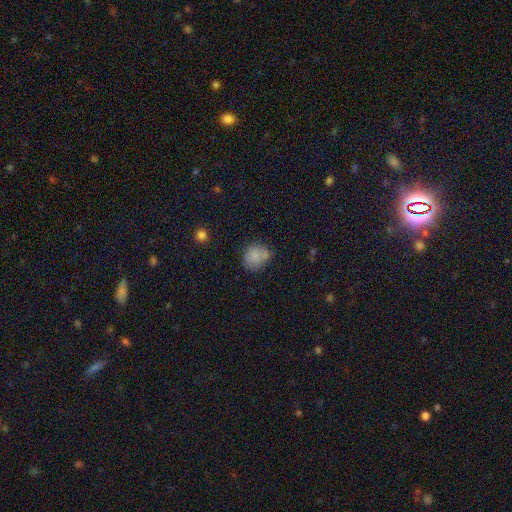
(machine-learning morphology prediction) A smooth galaxy with no disk features (79%) that is round (71%).

Vote fractions:
- Smooth or featured? smooth: 79% / featured or disk: 12% / star or artifact: 10%
- How rounded? round: 71% / in between: 28% / cigar-shaped: 1%
- Merging? none: 59% / minor disturbance: 22% / merger: 12% / major disturbance: 7%